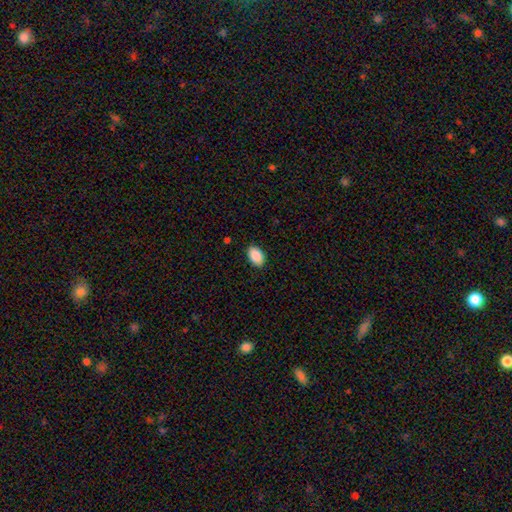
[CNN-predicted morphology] Smooth or featured? Predicted: smooth (p=0.90). How rounded? Predicted: in between (p=0.92). Merging? Predicted: none (p=0.89).